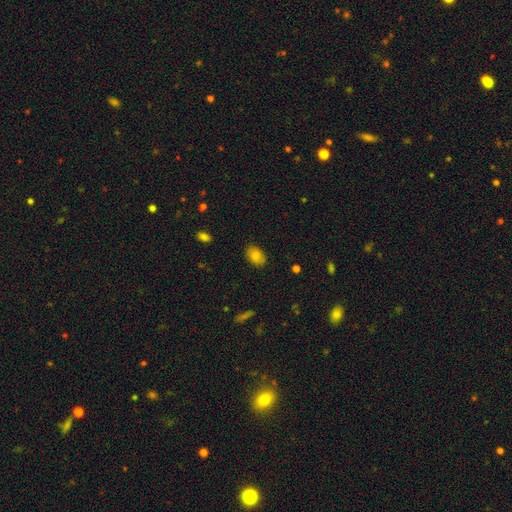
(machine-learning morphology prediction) type=smooth (77%); roundness=in between (83%); merging=none (86%).